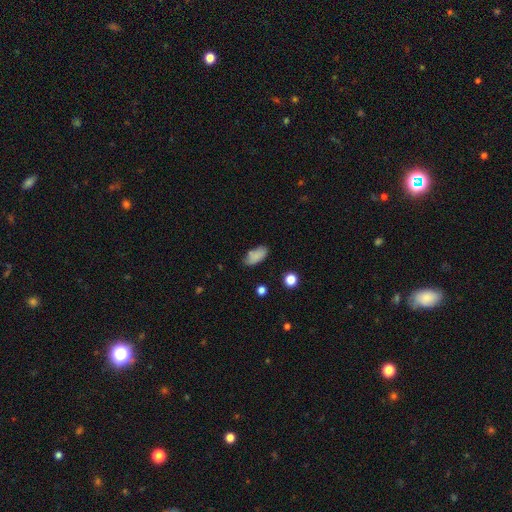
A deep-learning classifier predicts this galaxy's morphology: Smooth or featured? smooth (84%)
How rounded? in between (90%)
Merging? none (72%)